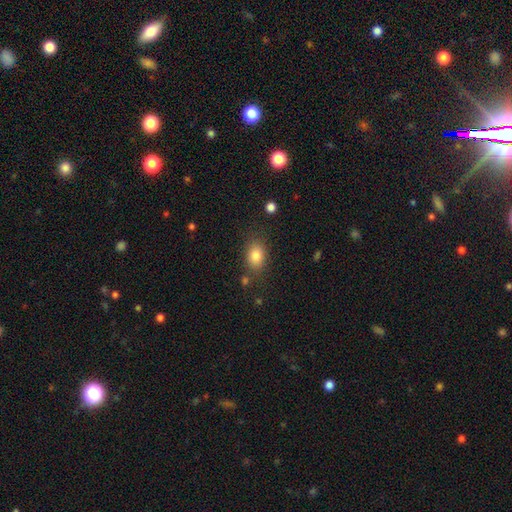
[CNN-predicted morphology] Smooth or featured: smooth — 82% (star or artifact — 9%)
How rounded: in between — 76% (round — 22%)
Merging: none — 78% (minor disturbance — 13%)